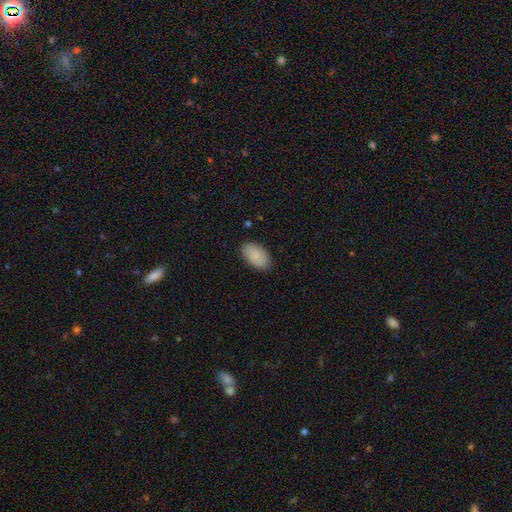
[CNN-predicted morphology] A smooth galaxy with no disk features (87%) that is in between round and cigar-shaped (95%). Merging: none (86%).